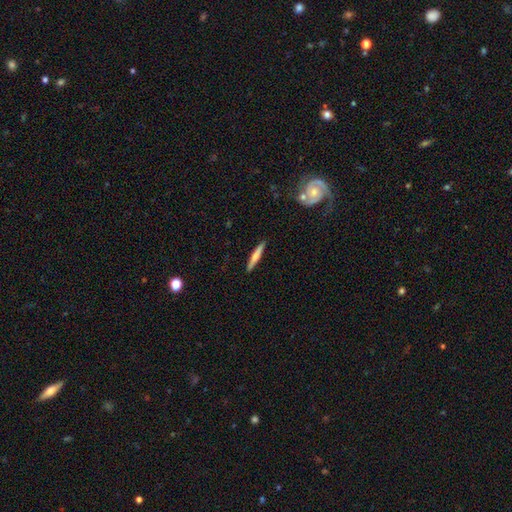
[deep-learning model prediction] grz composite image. It shows a smooth galaxy with no disk features (60%) that is cigar-shaped (94%). Merging: none (90%).